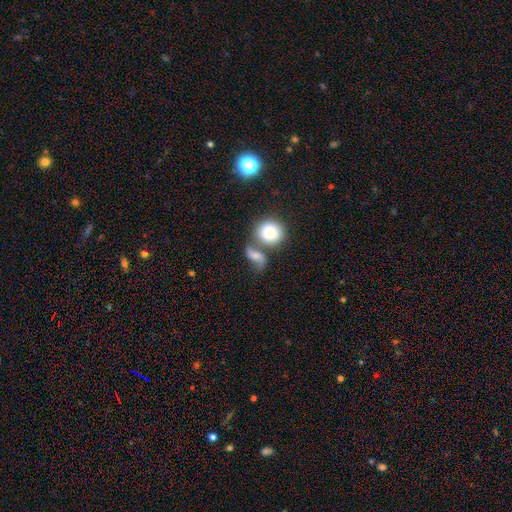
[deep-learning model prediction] A smooth galaxy with no disk features (60%) that is in between round and cigar-shaped (55%). Merging: merger (48%).